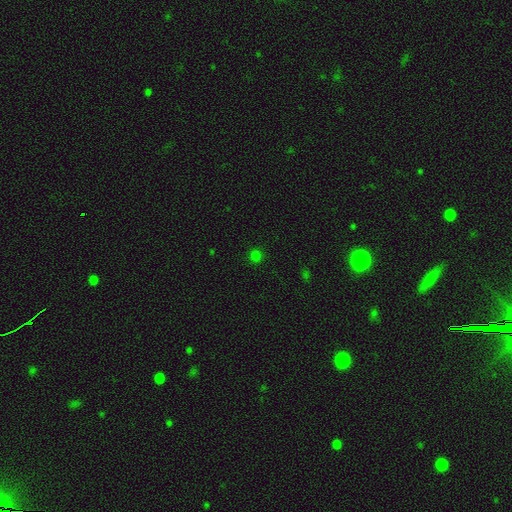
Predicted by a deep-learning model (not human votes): smooth 74%, star or artifact 22%, featured or disk 3%. Down the decision tree: how rounded — round (91%); merging — none (91%).